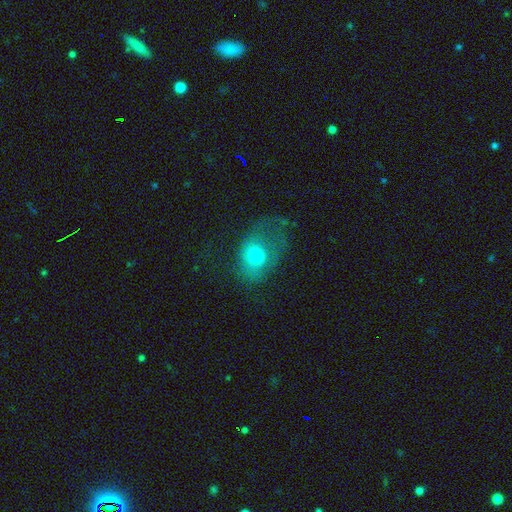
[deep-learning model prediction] Overall: smooth (66%). How rounded: in between (63%; round 36%). Merging: major disturbance (44%; none 30%).